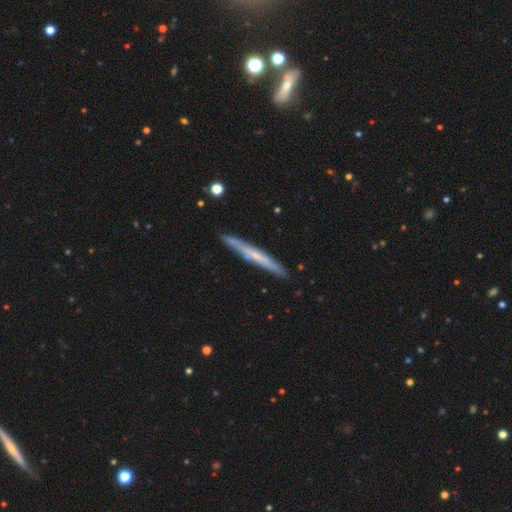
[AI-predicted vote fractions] Overall: featured or disk (56%; smooth 38%). Edge-on disk: yes (94%). Edge-on bulge: none (64%; rounded 31%). Merging: none (89%).